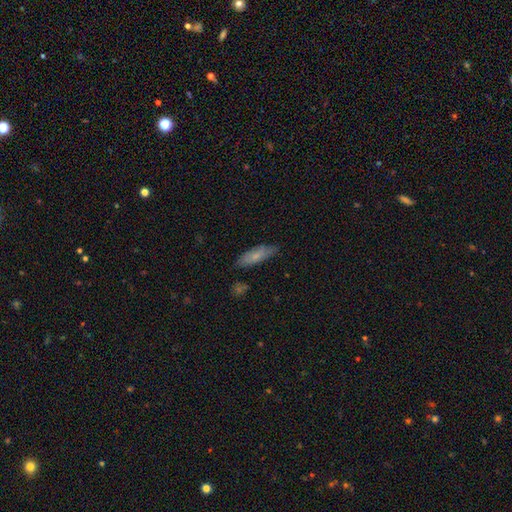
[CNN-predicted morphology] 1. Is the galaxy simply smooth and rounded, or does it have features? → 70% smooth, 24% featured or disk, 6% star or artifact.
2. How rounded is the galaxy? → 50% in between, 48% cigar-shaped, 2% round.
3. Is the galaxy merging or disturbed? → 78% none, 17% minor disturbance, 3% major disturbance, 2% merger.